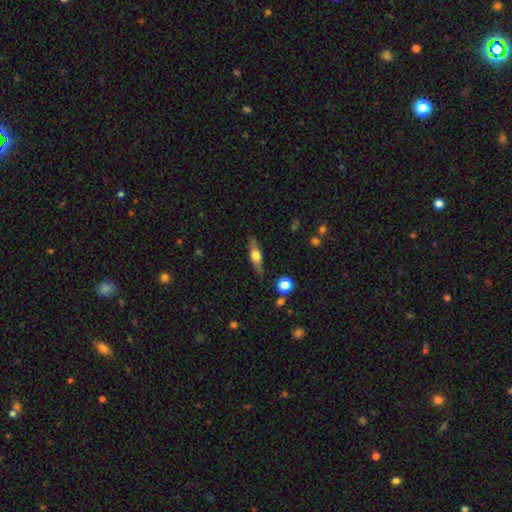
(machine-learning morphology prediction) featured or disk 48%, smooth 45%, star or artifact 7%. Down the decision tree: merging — none (81%).